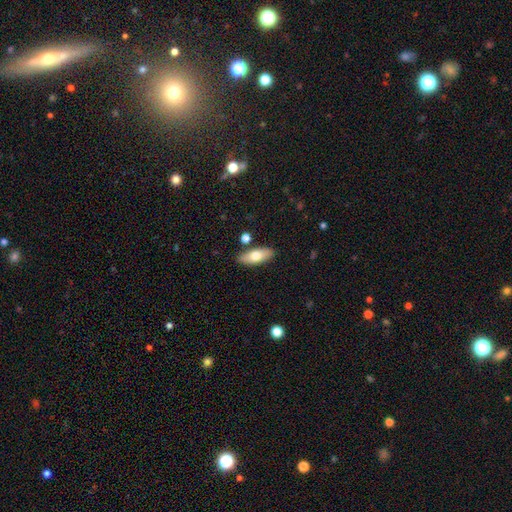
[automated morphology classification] Overall: smooth (70%). How rounded: in between (75%). Merging: none (84%).